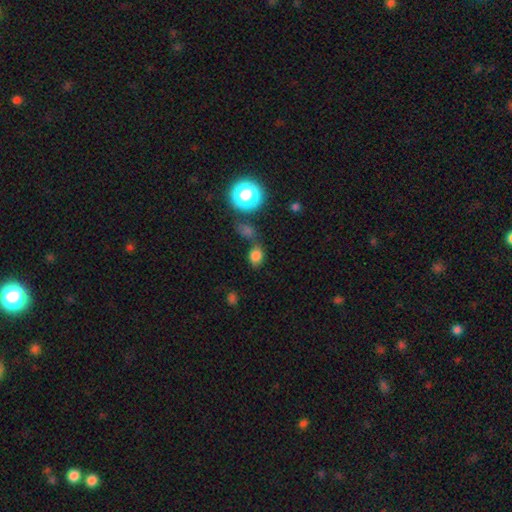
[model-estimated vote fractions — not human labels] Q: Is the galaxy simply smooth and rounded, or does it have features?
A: smooth — 75%.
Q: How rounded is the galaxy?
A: round — 52%.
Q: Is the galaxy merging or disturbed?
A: none — 57%.